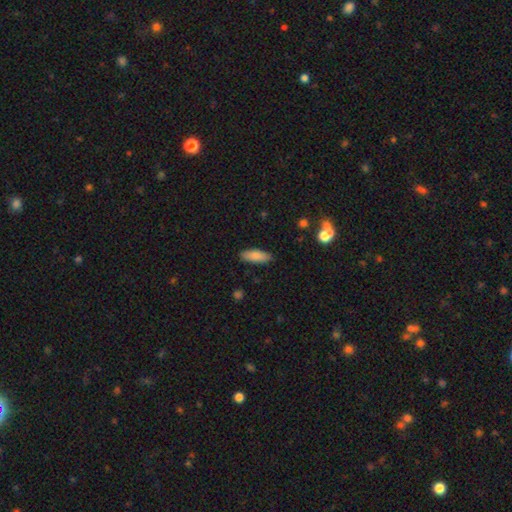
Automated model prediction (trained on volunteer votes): Overall: smooth (85%). How rounded: in between (65%; cigar-shaped 33%). Merging: none (87%).